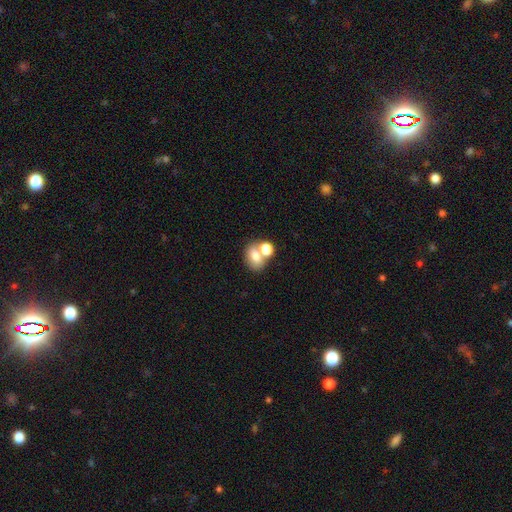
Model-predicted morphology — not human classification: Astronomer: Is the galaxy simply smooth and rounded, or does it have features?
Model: smooth — 73%.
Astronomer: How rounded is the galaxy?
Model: in between — 62%.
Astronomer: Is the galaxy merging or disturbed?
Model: merger — 47% (runner-up: none, 39%).